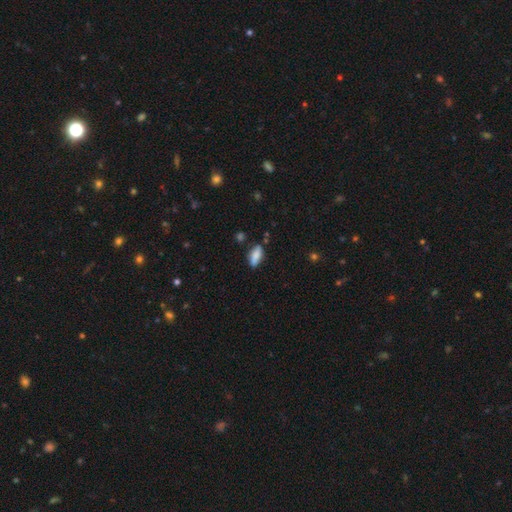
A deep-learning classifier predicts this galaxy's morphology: type=smooth (83%); roundness=in between (81%); merging=none (76%).